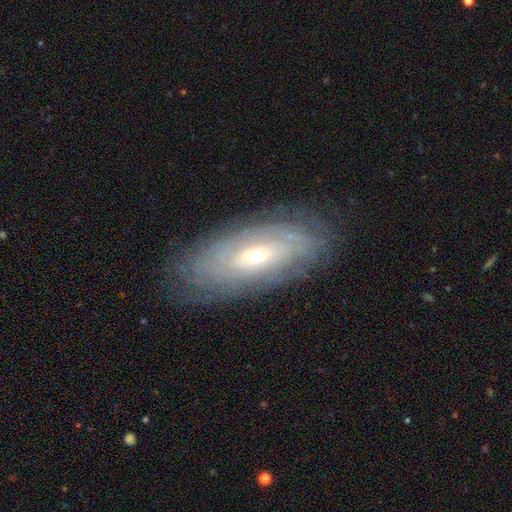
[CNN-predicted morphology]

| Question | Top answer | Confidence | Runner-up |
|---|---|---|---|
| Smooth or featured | featured or disk | 74% | smooth (19%) |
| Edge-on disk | no | 85% | yes (15%) |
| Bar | no | 61% | weak (29%) |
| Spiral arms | yes | 77% | no (23%) |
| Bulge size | small | 57% | moderate (39%) |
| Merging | none | 81% | minor disturbance (14%) |